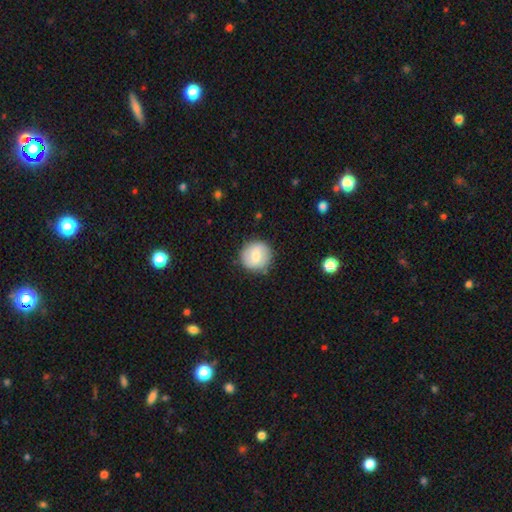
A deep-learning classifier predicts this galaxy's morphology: Smooth or featured? Predicted: smooth (p=0.71). How rounded? Predicted: round (p=0.93). Merging? Predicted: none (p=0.86).